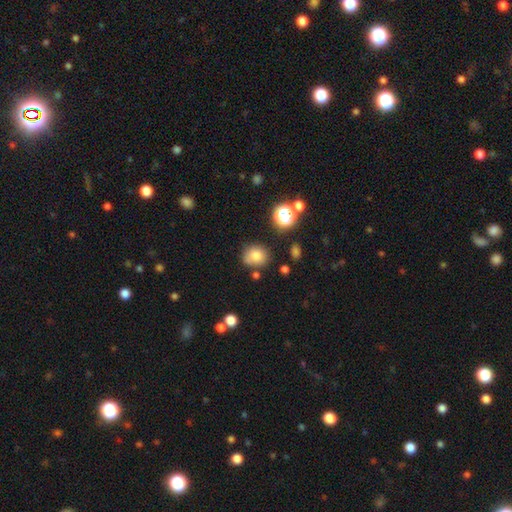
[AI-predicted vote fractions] Smooth or featured: smooth — 79% (star or artifact — 13%)
How rounded: round — 71% (in between — 28%)
Merging: none — 69% (minor disturbance — 19%)